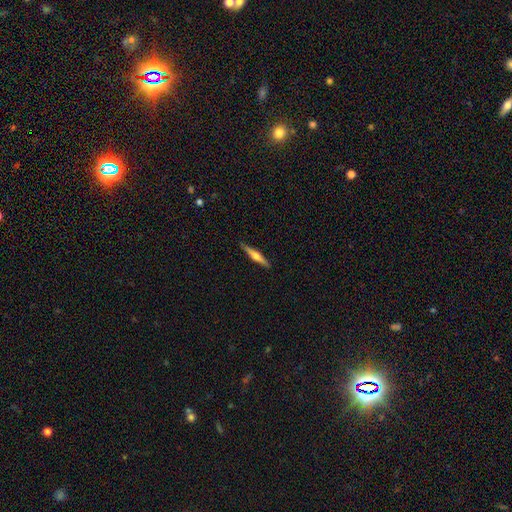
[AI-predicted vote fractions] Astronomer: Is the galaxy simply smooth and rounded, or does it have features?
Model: featured or disk — 61%.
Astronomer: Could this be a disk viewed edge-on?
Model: yes — 98%.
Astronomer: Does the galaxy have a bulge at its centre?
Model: rounded — 85%.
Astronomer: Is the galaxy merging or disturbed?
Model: none — 90%.